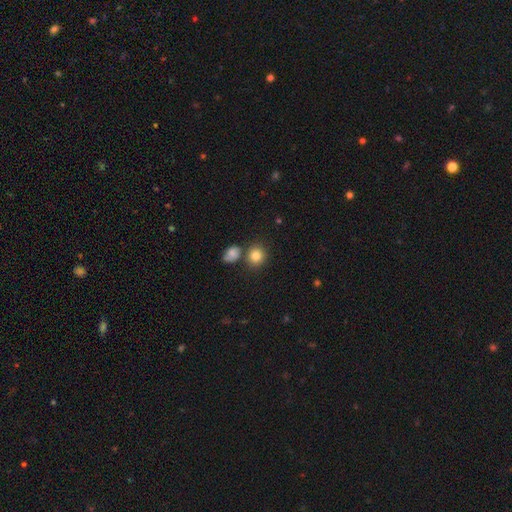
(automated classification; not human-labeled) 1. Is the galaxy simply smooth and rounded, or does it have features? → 82% smooth, 10% star or artifact, 8% featured or disk.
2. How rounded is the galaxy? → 80% round, 19% in between, 1% cigar-shaped.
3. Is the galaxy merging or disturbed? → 71% none, 15% merger, 10% minor disturbance, 3% major disturbance.